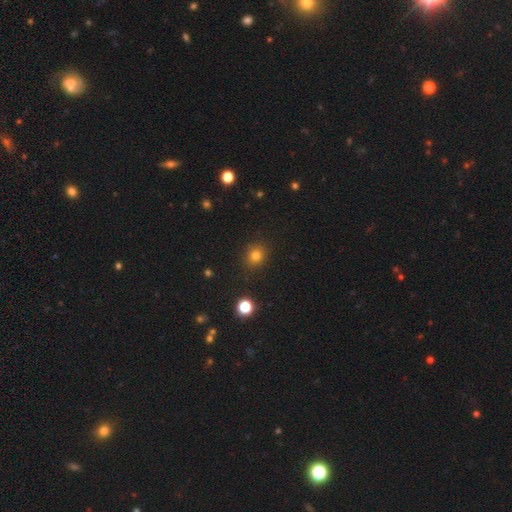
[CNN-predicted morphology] Overall: smooth (78%). How rounded: round (78%). Merging: none (89%).